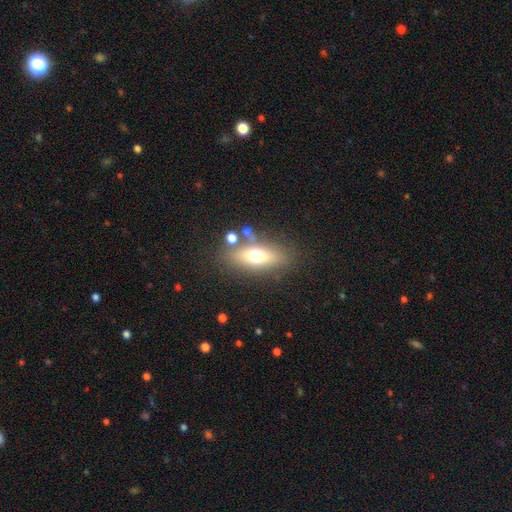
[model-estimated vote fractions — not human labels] Smooth or featured? smooth (61%)
How rounded? in between (69%)
Merging? none (69%)